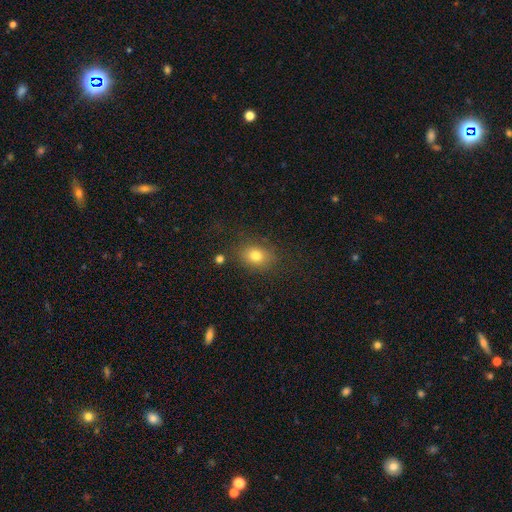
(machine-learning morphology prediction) Smooth or featured? Predicted: smooth (p=0.77). How rounded? Predicted: in between (p=0.53). Merging? Predicted: none (p=0.79).